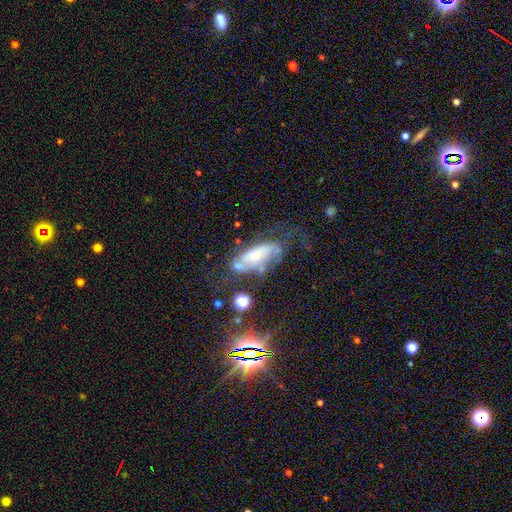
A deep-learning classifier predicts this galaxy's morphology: Q: Smooth or featured?
A: featured or disk (62%); runner-up: smooth (28%)
Q: Edge-on disk?
A: no (85%); runner-up: yes (15%)
Q: Bar?
A: no (67%); runner-up: weak (23%)
Q: Spiral arms?
A: yes (72%); runner-up: no (28%)
Q: Bulge size?
A: small (53%); runner-up: moderate (36%)
Q: Merging?
A: none (37%); runner-up: major disturbance (27%)